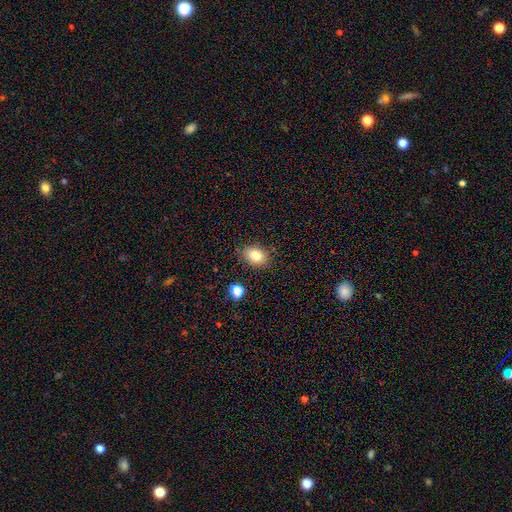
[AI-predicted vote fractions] The model was most divided on "how rounded": in between: 68%, round: 31%, cigar-shaped: 1%. More confident: merging — none (84%); smooth or featured — smooth (80%).